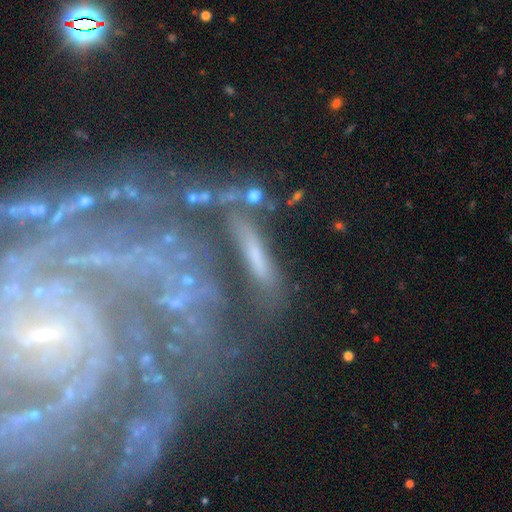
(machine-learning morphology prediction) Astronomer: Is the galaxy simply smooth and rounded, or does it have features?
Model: featured or disk — 50% (runner-up: smooth, 34%).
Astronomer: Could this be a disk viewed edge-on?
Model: no — 59% (runner-up: yes, 41%).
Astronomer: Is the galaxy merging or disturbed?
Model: none — 58%.